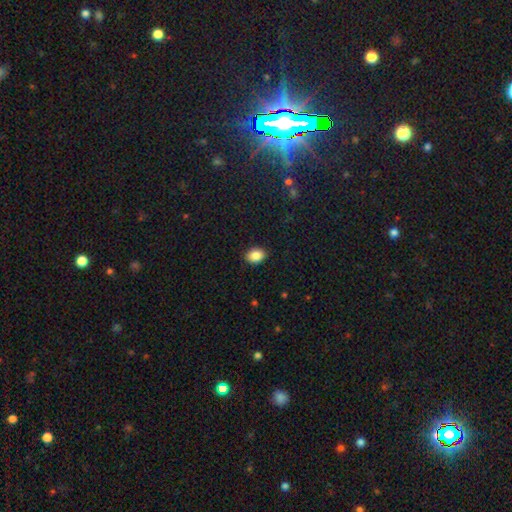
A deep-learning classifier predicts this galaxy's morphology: The model was most divided on "how rounded": in between: 70%, round: 29%, cigar-shaped: 1%. More confident: merging — none (89%); smooth or featured — smooth (87%).